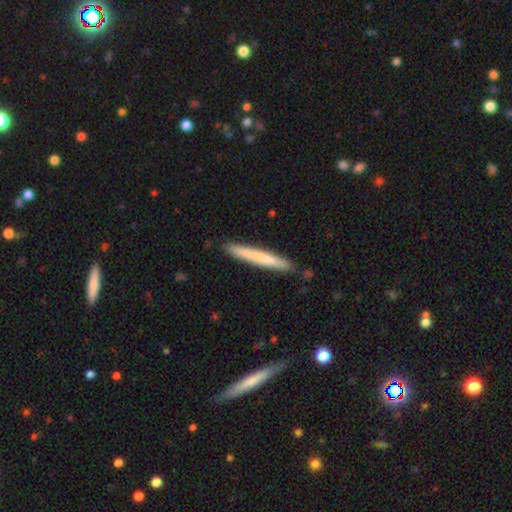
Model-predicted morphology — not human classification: A smooth galaxy with no disk features (70%) that is cigar-shaped (97%). Merging: none (89%).